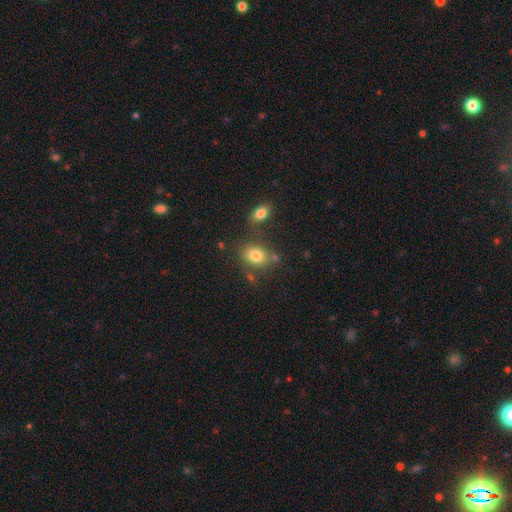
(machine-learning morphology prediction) type=smooth (79%); roundness=in between (71%); merging=none (67%).